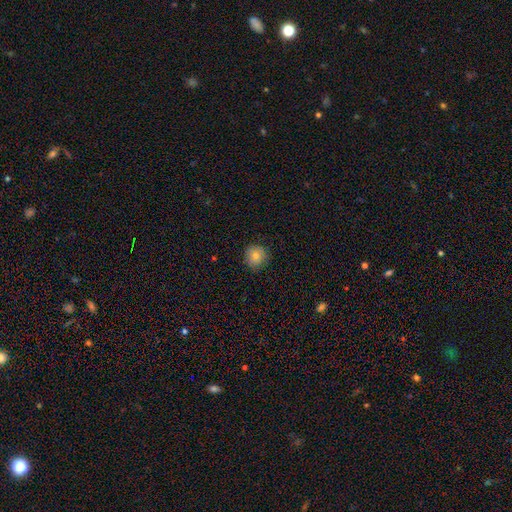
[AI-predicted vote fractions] The model was most divided on "smooth or featured": smooth: 78%, featured or disk: 12%, star or artifact: 10%. More confident: how rounded — round (93%); merging — none (87%).